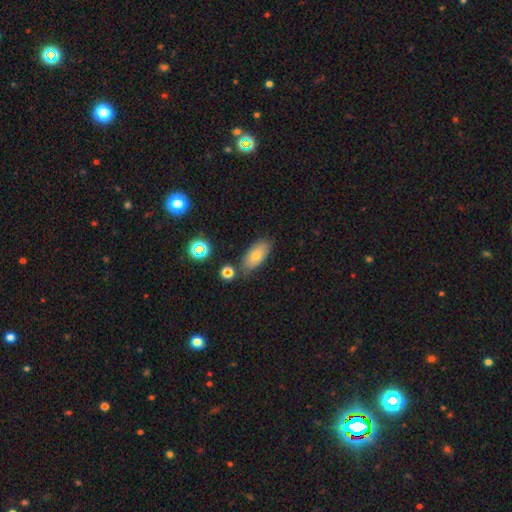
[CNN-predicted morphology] This appears to be a smooth galaxy with no disk features (75%) that is in between round and cigar-shaped (86%). Merging: none (76%).